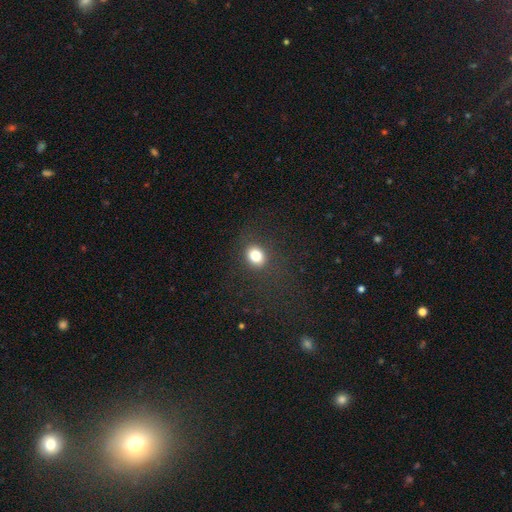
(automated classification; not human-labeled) smooth 81%, star or artifact 12%, featured or disk 7%. Down the decision tree: how rounded — round (58%); merging — none (85%).